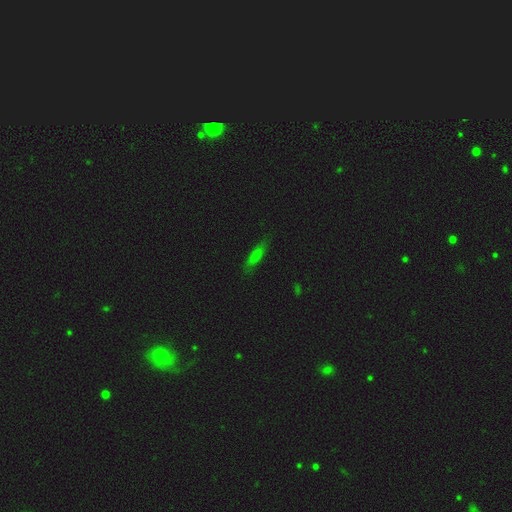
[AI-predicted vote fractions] This appears to be a smooth galaxy with no disk features (73%) that is cigar-shaped (61%). Merging: none (80%).